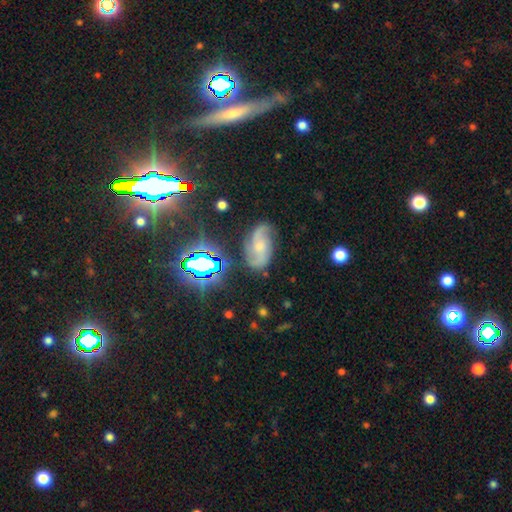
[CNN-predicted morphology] featured or disk 72%, smooth 15%, star or artifact 13%. Down the decision tree: edge-on disk — no (96%); bar — no (58%); spiral arms — yes (95%); spiral arm count — 2 (75%); spiral winding — loose (44%); bulge size — small (49%); merging — none (68%).